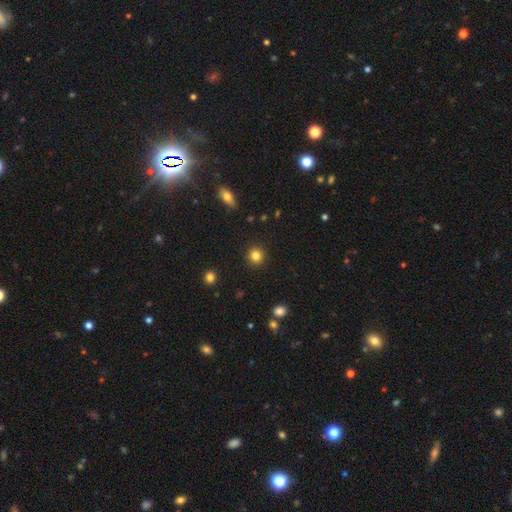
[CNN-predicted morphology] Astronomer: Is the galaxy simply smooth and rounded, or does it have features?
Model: smooth — 84%.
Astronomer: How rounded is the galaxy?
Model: round — 93%.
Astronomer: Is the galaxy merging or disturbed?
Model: none — 92%.